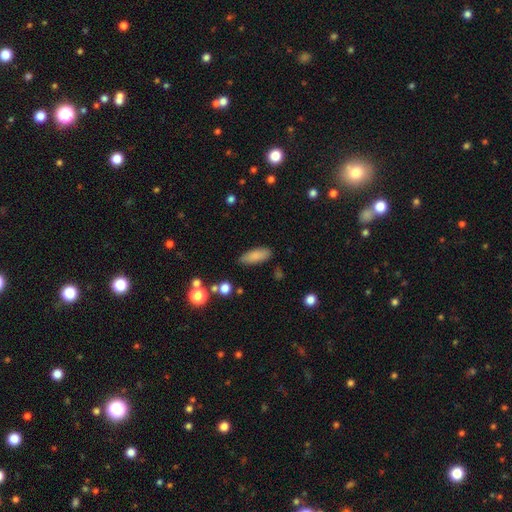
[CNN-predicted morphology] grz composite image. It shows a smooth galaxy with no disk features (85%) that is in between round and cigar-shaped (69%). Merging: none (83%).